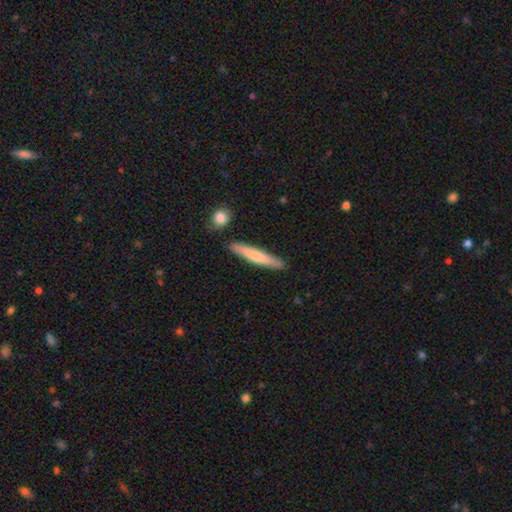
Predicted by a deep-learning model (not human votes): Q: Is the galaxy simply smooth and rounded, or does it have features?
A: smooth — 65%.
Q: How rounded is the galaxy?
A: cigar-shaped — 93%.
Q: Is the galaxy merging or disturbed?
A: none — 87%.